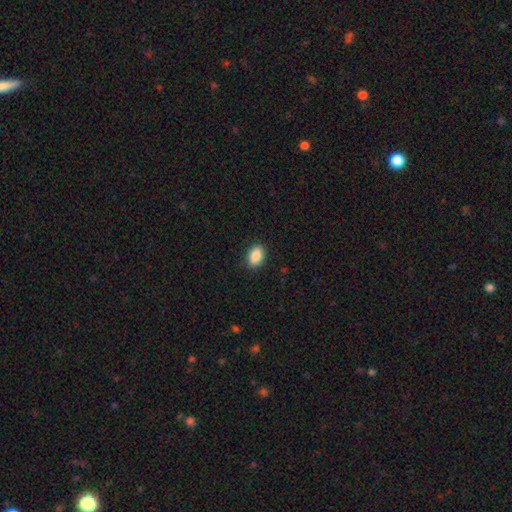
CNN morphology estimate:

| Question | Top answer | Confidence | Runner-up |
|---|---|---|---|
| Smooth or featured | smooth | 89% | star or artifact (7%) |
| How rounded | in between | 89% | round (10%) |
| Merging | none | 88% | minor disturbance (9%) |